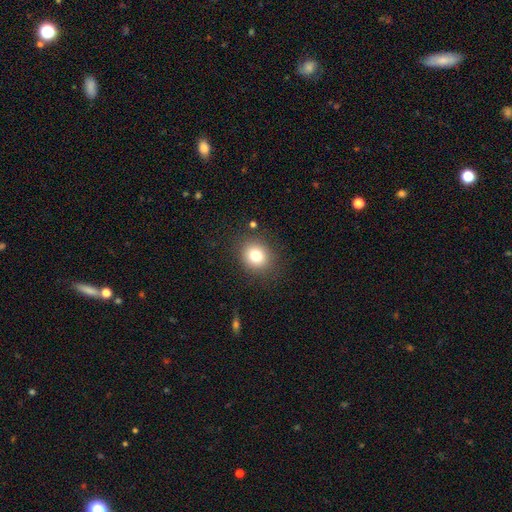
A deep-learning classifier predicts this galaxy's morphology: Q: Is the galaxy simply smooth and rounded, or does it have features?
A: smooth — 79%.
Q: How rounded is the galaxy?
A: round — 74%.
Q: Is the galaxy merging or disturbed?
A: none — 86%.